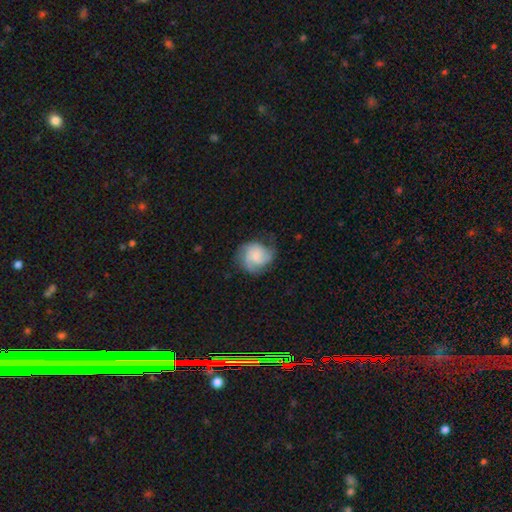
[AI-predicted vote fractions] Morphology: type=featured or disk (59%); edge-on=no (98%); bar=no (69%); spiral arms=yes (92%); winding=medium (44%); arm count=3 (42%); bulge=small (44%); merging=none (61%).